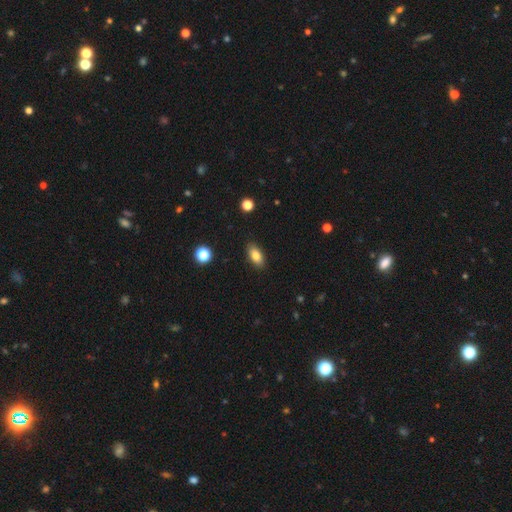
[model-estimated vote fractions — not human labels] Smooth or featured? smooth (81%)
How rounded? in between (88%)
Merging? none (88%)